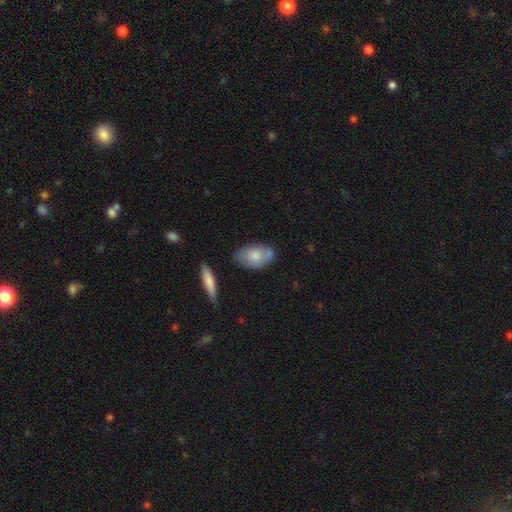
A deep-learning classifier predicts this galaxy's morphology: Q: Smooth or featured?
A: smooth (72%); runner-up: featured or disk (22%)
Q: How rounded?
A: in between (91%); runner-up: round (6%)
Q: Merging?
A: none (59%); runner-up: minor disturbance (24%)